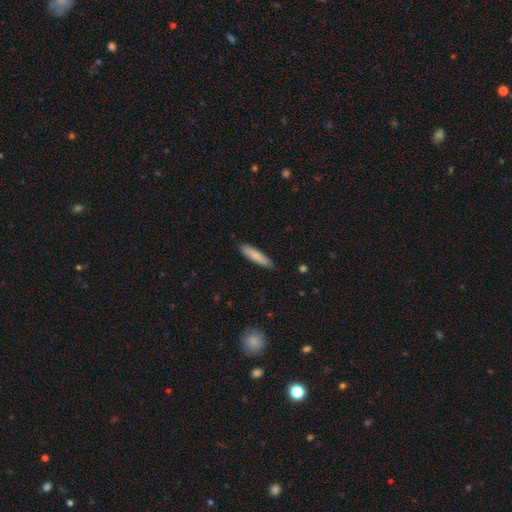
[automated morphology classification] Q: Smooth or featured?
A: smooth (83%); runner-up: featured or disk (11%)
Q: How rounded?
A: cigar-shaped (83%); runner-up: in between (16%)
Q: Merging?
A: none (88%); runner-up: minor disturbance (9%)